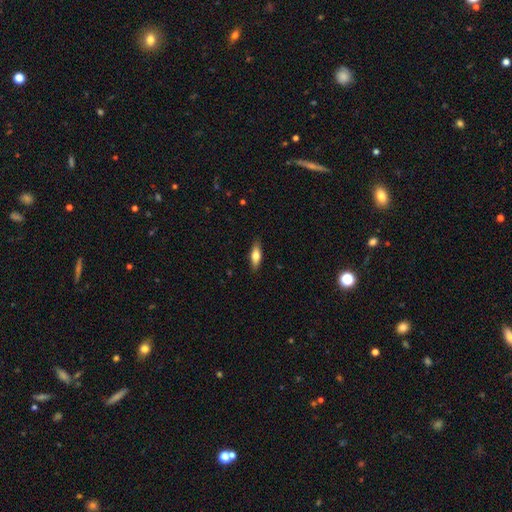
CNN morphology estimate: Smooth or featured?
  - smooth: 69% *
  - featured or disk: 25%
  - star or artifact: 6%
How rounded?
  - in between: 62% *
  - cigar-shaped: 36%
  - round: 3%
Merging?
  - none: 86% *
  - minor disturbance: 11%
  - major disturbance: 2%
  - merger: 1%